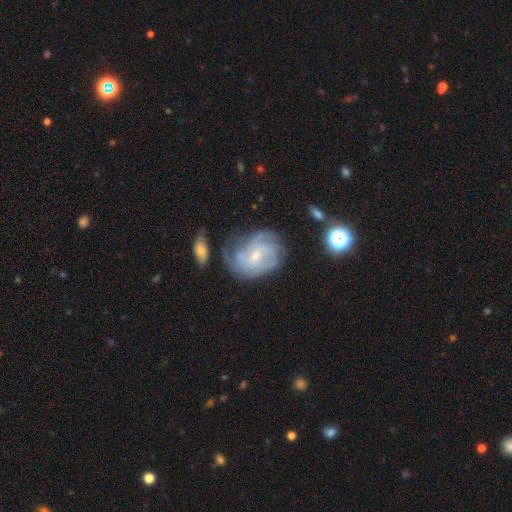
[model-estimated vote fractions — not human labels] featured or disk 73%, smooth 19%, star or artifact 8%. Down the decision tree: edge-on disk — no (97%); bar — no (50%); spiral arms — yes (85%); spiral arm count — can't tell (44%); spiral winding — tight (47%); bulge size — small (62%); merging — none (52%).